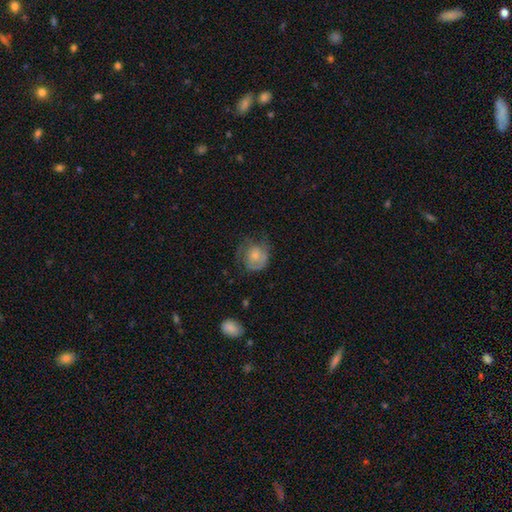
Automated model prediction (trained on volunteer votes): smooth_or_featured: smooth (p=0.51) [alt: featured or disk p=0.41]
how_rounded: round (p=0.75) [alt: in between p=0.24]
merging: none (p=0.50) [alt: minor disturbance p=0.27]